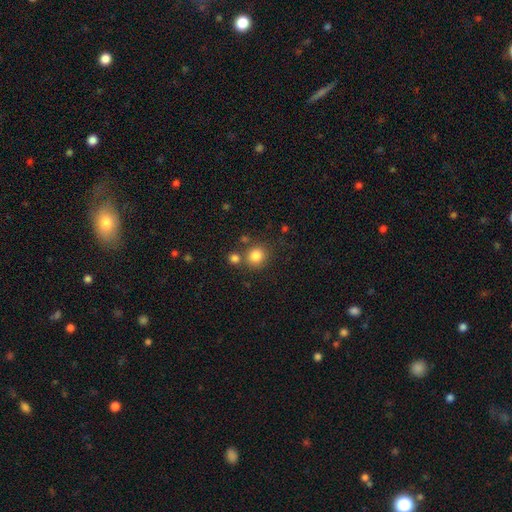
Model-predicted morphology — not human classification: A smooth galaxy with no disk features (83%) that is round (86%).

Vote fractions:
- Smooth or featured? smooth: 83% / star or artifact: 11% / featured or disk: 6%
- How rounded? round: 86% / in between: 13% / cigar-shaped: 1%
- Merging? none: 72% / merger: 15% / minor disturbance: 10% / major disturbance: 4%